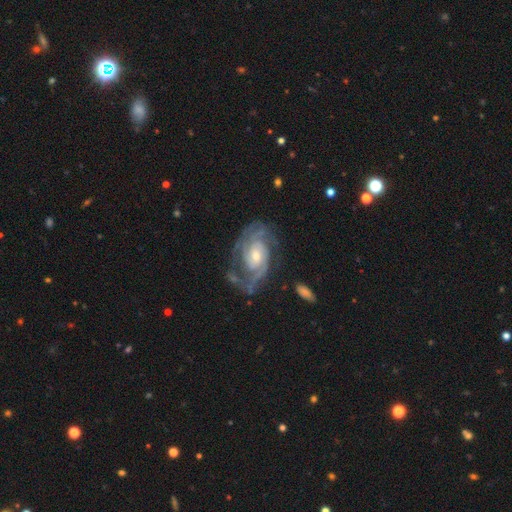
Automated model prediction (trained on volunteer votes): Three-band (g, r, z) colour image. It shows a featured or disk galaxy (91%) with no bar (58%), 2 (52%) tight (57%) spiral arms (97%) and a moderate central bulge (52%). Merging: none (68%).